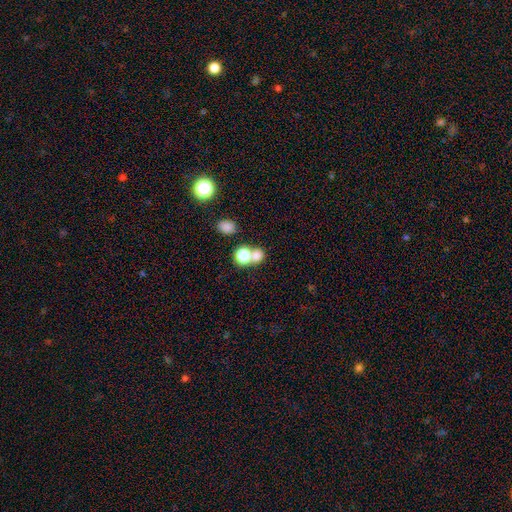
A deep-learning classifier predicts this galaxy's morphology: A smooth galaxy with no disk features (75%) that is round (74%).

Vote fractions:
- Smooth or featured? smooth: 75% / star or artifact: 16% / featured or disk: 9%
- How rounded? round: 74% / in between: 24% / cigar-shaped: 1%
- Merging? merger: 48% / none: 42% / minor disturbance: 6% / major disturbance: 4%